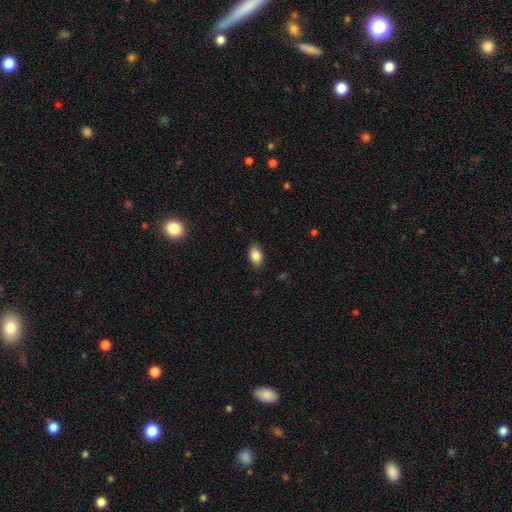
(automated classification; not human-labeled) A smooth galaxy with no disk features (86%) that is in between round and cigar-shaped (85%).

Vote fractions:
- Smooth or featured? smooth: 86% / star or artifact: 8% / featured or disk: 6%
- How rounded? in between: 85% / round: 13% / cigar-shaped: 1%
- Merging? none: 87% / minor disturbance: 10% / major disturbance: 2% / merger: 1%